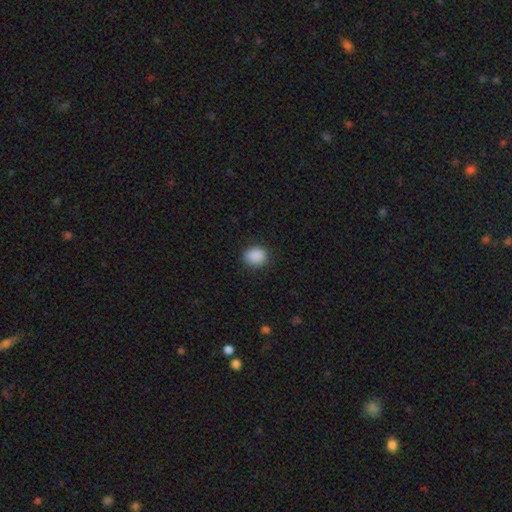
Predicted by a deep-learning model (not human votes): Morphology: type=smooth (89%); roundness=round (66%); merging=none (87%).